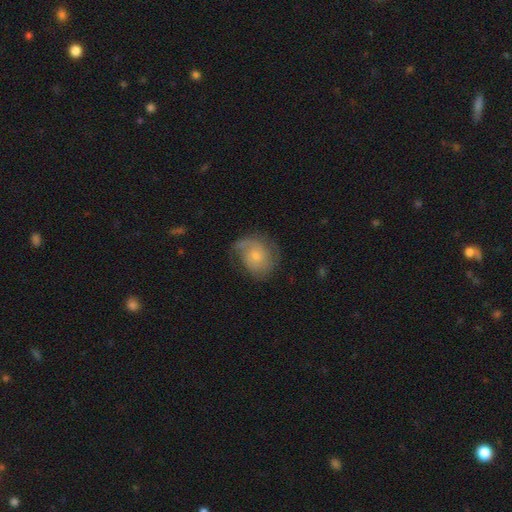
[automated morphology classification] Smooth or featured? featured or disk (63%)
Edge-on disk? no (97%)
Bar? no (72%)
Spiral arms? yes (89%)
Spiral winding? medium (41%)
Spiral arm count? 2 (50%)
Bulge size? small (62%)
Merging? none (59%)